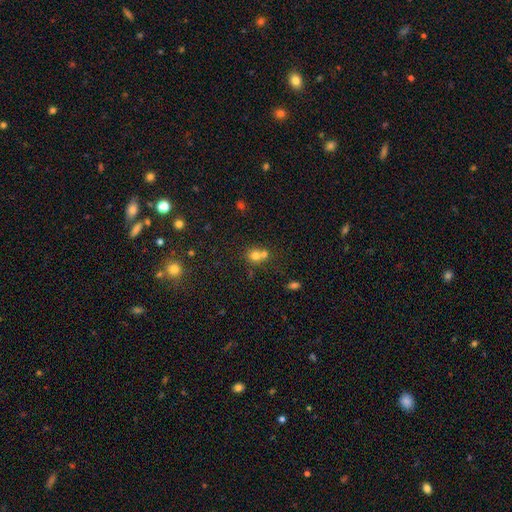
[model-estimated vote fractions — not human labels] smooth_or_featured: smooth (p=0.72) [alt: star or artifact p=0.15]
how_rounded: round (p=0.79) [alt: in between p=0.20]
merging: merger (p=0.52) [alt: none p=0.39]